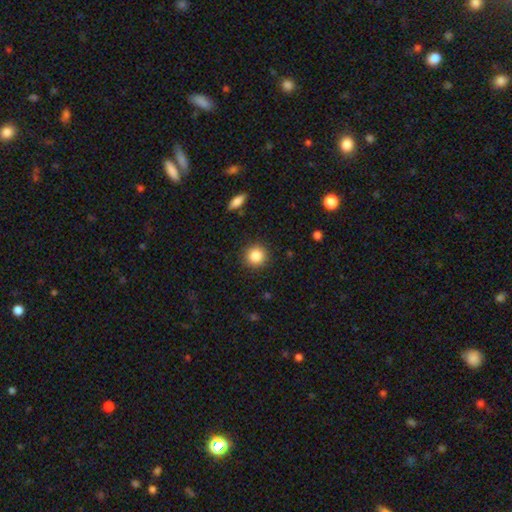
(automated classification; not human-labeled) The model was most divided on "smooth or featured": smooth: 85%, star or artifact: 10%, featured or disk: 5%. More confident: how rounded — round (93%); merging — none (91%).